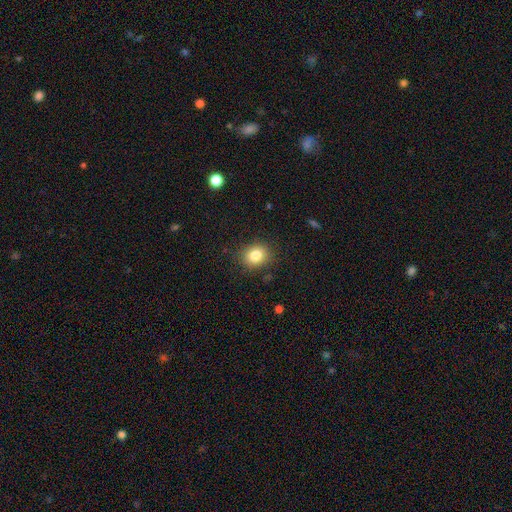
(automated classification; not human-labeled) smooth 82%, star or artifact 11%, featured or disk 7%. Down the decision tree: how rounded — round (63%); merging — none (86%).